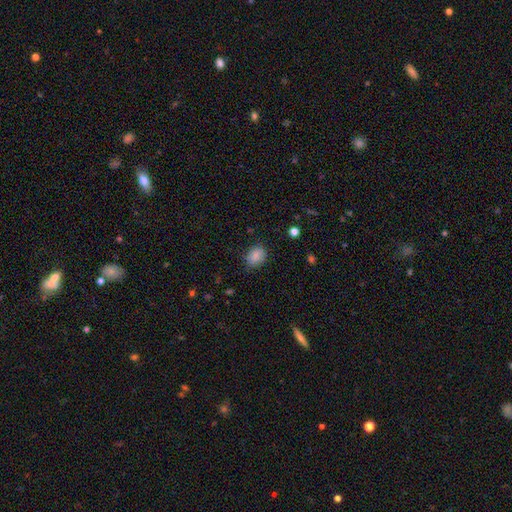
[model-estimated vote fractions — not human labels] This is clearly a smooth galaxy (86%). How rounded: likely in between (64%). Merging: likely none (76%).